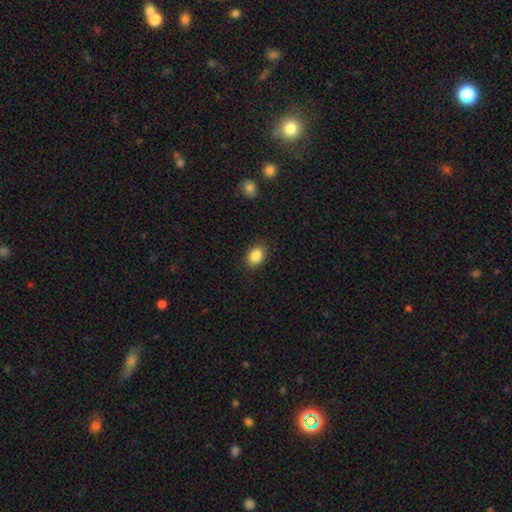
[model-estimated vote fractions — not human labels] Q: Smooth or featured?
A: smooth (87%); runner-up: star or artifact (9%)
Q: How rounded?
A: in between (70%); runner-up: round (29%)
Q: Merging?
A: none (87%); runner-up: minor disturbance (9%)